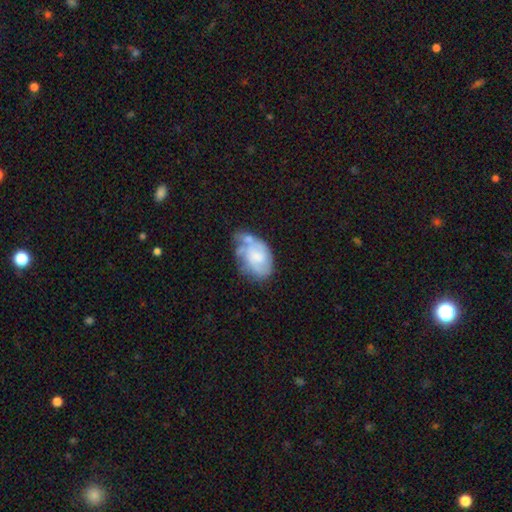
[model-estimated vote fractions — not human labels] featured or disk 60%, smooth 33%, star or artifact 7%. Down the decision tree: edge-on disk — no (97%); bar — no (72%); spiral arms — yes (74%); bulge size — moderate (32%); merging — minor disturbance (32%).